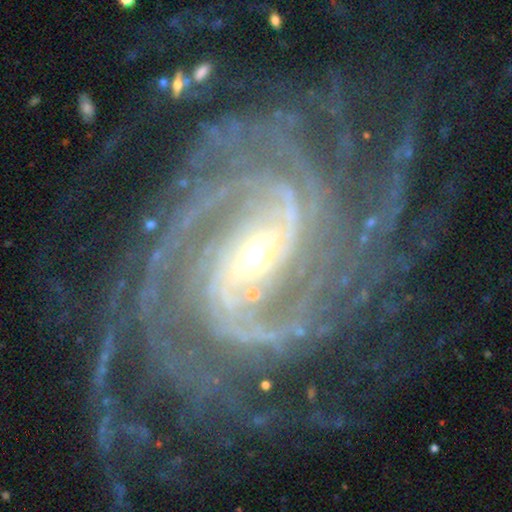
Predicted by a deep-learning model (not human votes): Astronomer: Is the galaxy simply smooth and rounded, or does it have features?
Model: featured or disk — 94%.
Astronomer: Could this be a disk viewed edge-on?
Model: no — 98%.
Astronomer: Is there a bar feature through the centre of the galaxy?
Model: strong — 42% (runner-up: weak, 39%).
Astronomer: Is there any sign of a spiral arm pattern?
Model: yes — 99%.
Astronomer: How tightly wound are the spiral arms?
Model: tight — 56% (runner-up: medium, 36%).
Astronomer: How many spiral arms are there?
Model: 2 — 29% (runner-up: 3, 17%).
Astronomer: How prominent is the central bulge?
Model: small — 59% (runner-up: moderate, 37%).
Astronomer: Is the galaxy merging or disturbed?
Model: none — 72%.